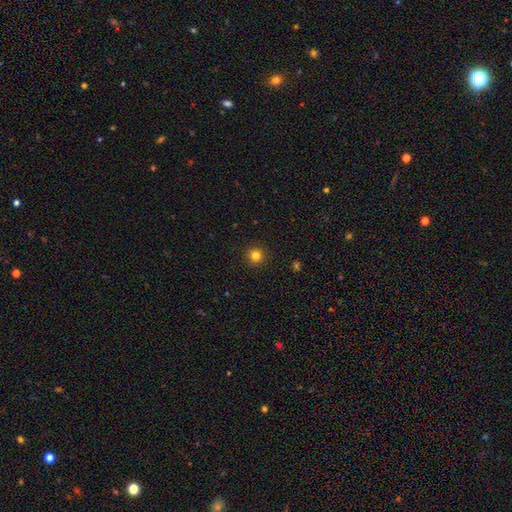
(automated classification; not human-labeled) smooth_or_featured: smooth (p=0.82) [alt: star or artifact p=0.13]
how_rounded: round (p=0.95) [alt: in between p=0.04]
merging: none (p=0.93) [alt: minor disturbance p=0.04]